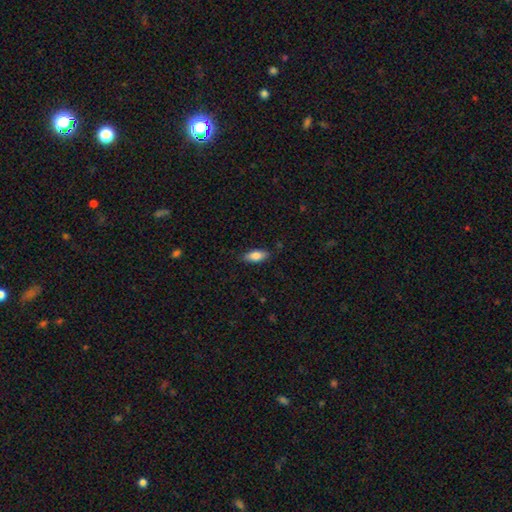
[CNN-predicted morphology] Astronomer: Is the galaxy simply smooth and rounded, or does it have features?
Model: smooth — 82%.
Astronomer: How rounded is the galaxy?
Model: in between — 82%.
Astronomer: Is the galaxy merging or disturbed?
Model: none — 83%.